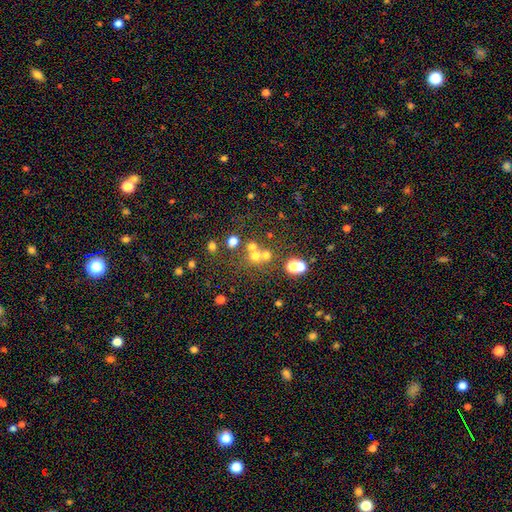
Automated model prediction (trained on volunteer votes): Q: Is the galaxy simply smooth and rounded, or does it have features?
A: smooth — 56%.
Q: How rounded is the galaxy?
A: round — 85%.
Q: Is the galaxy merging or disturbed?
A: none — 48%.